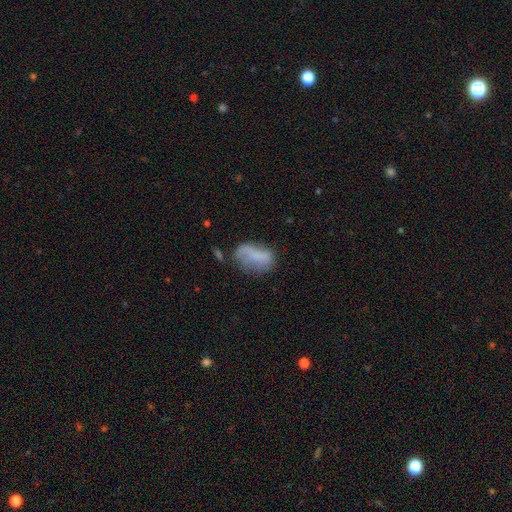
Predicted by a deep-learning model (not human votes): Smooth or featured? smooth (60%)
How rounded? in between (87%)
Merging? none (40%)